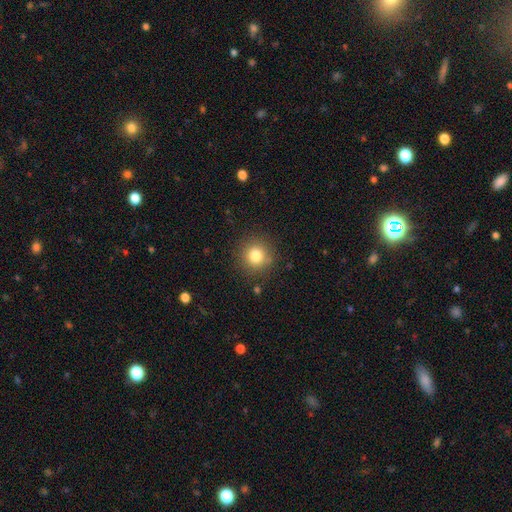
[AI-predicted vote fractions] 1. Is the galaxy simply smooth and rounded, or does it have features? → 80% smooth, 12% star or artifact, 7% featured or disk.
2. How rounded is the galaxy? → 93% round, 6% in between, 1% cigar-shaped.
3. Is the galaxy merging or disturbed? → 87% none, 8% minor disturbance, 3% major disturbance, 2% merger.